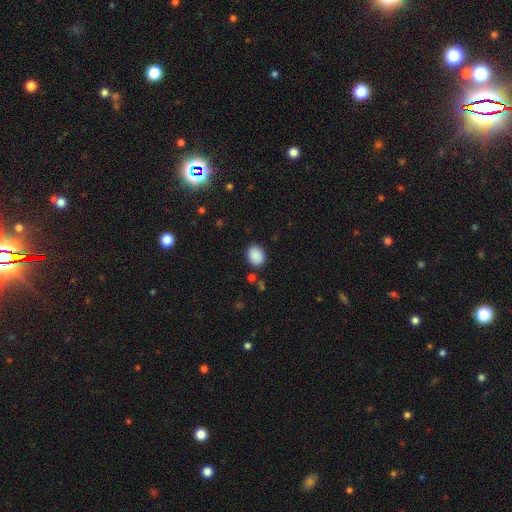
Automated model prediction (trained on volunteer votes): Smooth or featured? smooth (89%)
How rounded? in between (64%)
Merging? none (86%)